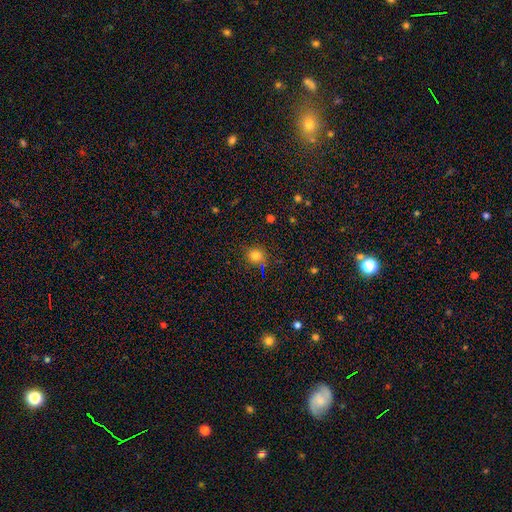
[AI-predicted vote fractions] Smooth or featured: smooth — 80% (star or artifact — 15%)
How rounded: round — 89% (in between — 10%)
Merging: none — 83% (minor disturbance — 10%)